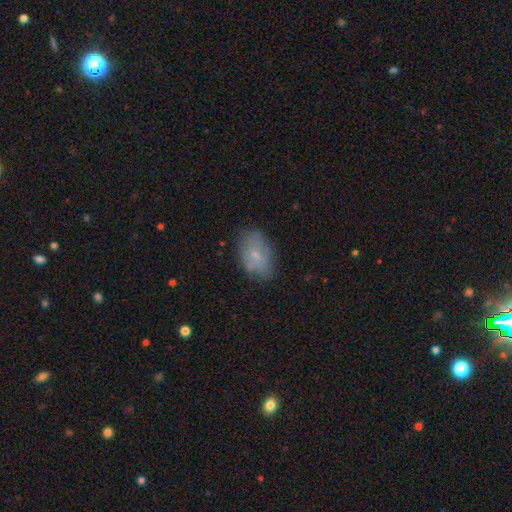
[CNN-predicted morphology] type=smooth (66%); roundness=in between (90%); merging=none (75%).